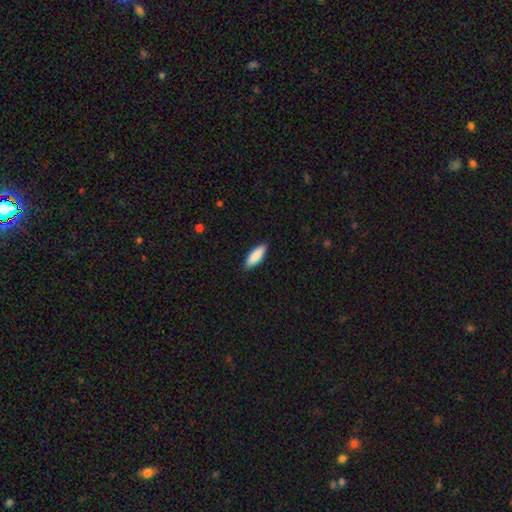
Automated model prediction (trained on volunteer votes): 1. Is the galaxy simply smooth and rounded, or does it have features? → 87% smooth, 7% featured or disk, 5% star or artifact.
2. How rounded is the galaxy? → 59% in between, 40% cigar-shaped, 2% round.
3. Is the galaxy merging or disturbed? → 87% none, 10% minor disturbance, 2% major disturbance, 1% merger.